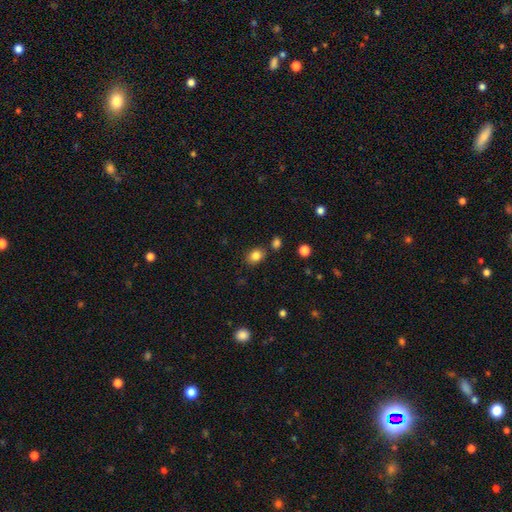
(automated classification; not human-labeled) Q: Smooth or featured?
A: smooth (83%); runner-up: star or artifact (11%)
Q: How rounded?
A: in between (60%); runner-up: round (39%)
Q: Merging?
A: none (80%); runner-up: minor disturbance (11%)